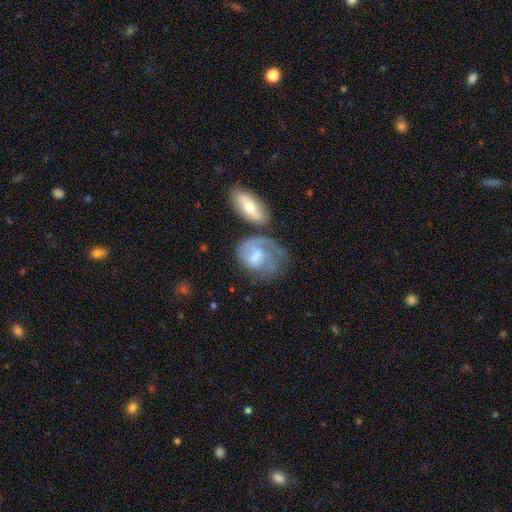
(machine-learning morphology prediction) Smooth or featured: smooth — 47% (featured or disk — 46%)
Merging: major disturbance — 32% (none — 29%)